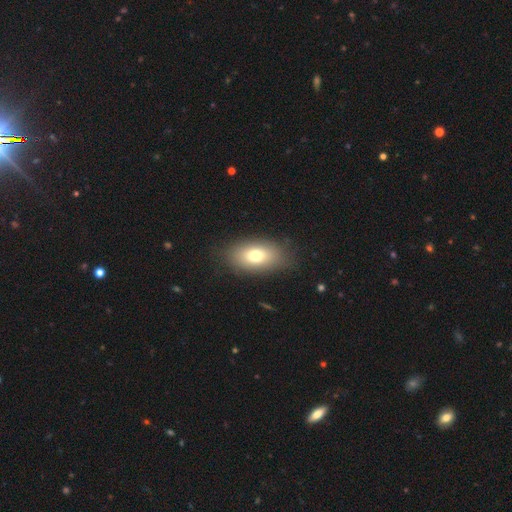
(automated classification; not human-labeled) smooth 74%, featured or disk 16%, star or artifact 10%. Down the decision tree: how rounded — in between (88%); merging — none (81%).